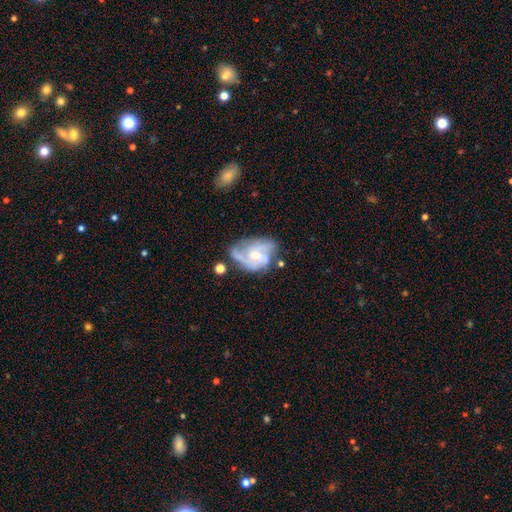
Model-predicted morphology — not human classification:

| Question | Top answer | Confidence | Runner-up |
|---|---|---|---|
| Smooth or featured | featured or disk | 80% | smooth (14%) |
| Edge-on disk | no | 97% | yes (3%) |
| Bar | no | 63% | weak (31%) |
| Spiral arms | yes | 90% | no (10%) |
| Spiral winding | medium | 46% | tight (32%) |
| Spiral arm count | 2 | 34% | 3 (29%) |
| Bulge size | moderate | 51% | small (44%) |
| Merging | none | 50% | minor disturbance (27%) |